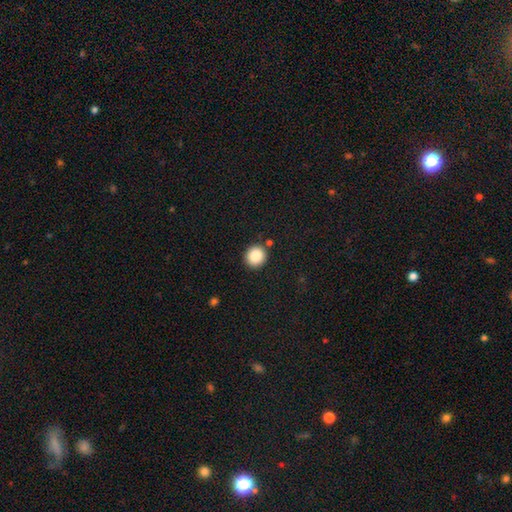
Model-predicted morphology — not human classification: This appears to be a smooth galaxy with no disk features (87%) that is round (89%). Merging: none (88%).